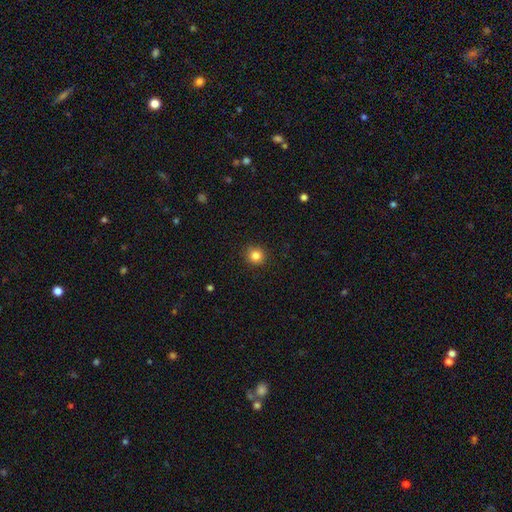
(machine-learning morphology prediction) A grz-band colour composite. It shows a smooth galaxy with no disk features (84%) that is round (92%). Merging: none (90%).